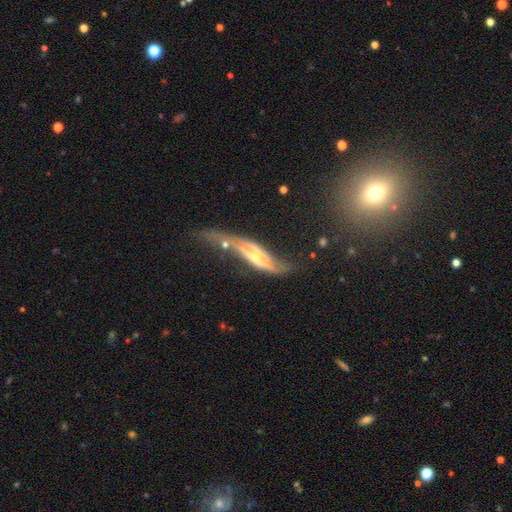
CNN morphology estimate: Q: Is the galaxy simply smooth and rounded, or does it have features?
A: featured or disk — 80%.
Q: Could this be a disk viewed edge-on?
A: no — 62%.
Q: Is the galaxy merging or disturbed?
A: none — 35%.